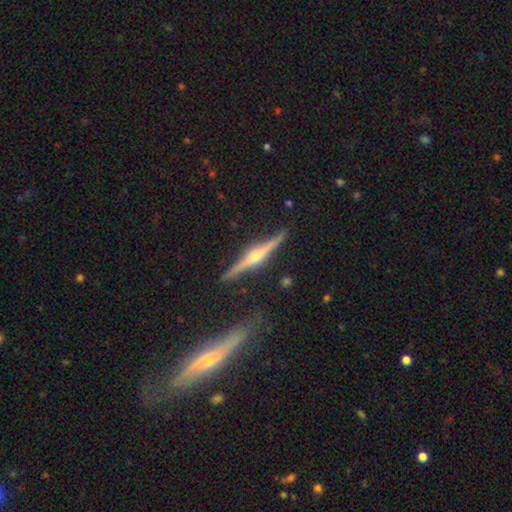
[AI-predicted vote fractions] Smooth or featured? Predicted: featured or disk (p=0.83). Edge-on disk? Predicted: yes (p=0.98). Edge-on bulge? Predicted: rounded (p=0.88). Merging? Predicted: none (p=0.87).